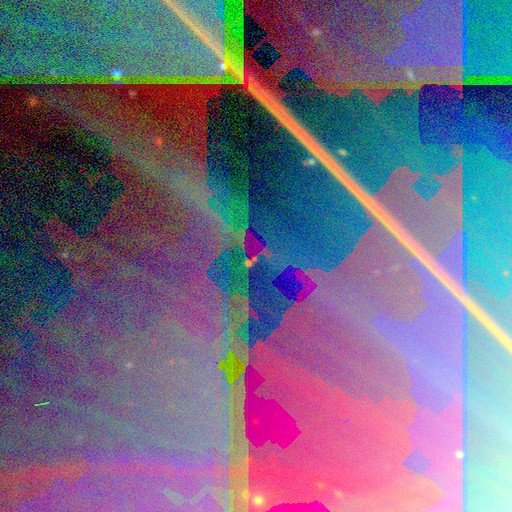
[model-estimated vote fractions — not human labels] This appears to be a star or artifact, not a galaxy (86%).